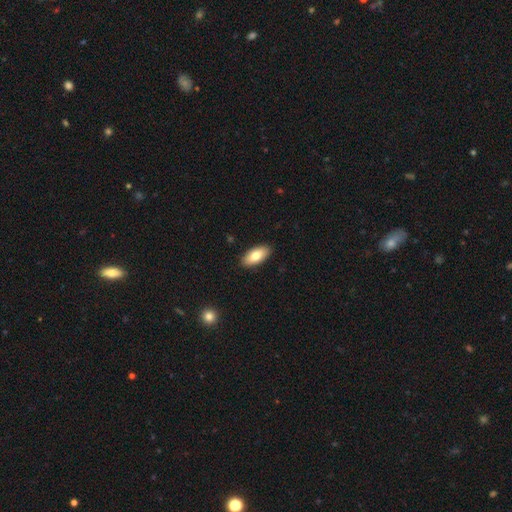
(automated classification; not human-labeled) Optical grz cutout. It shows a smooth galaxy with no disk features (78%) that is in between round and cigar-shaped (90%). Merging: none (90%).